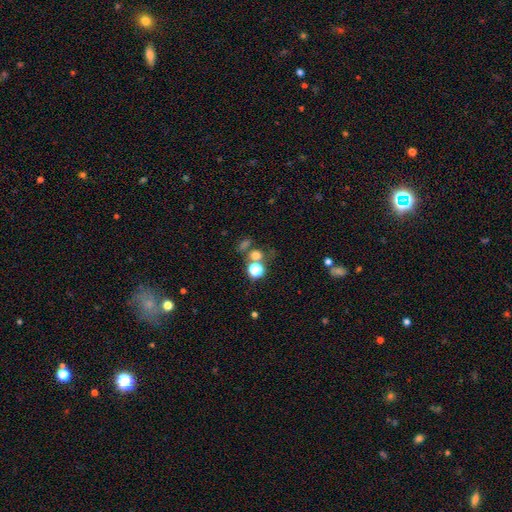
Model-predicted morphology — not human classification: smooth-or-featured: smooth: 59% | star or artifact: 31% | featured or disk: 10%
  how-rounded: round: 75% | in between: 23% | cigar-shaped: 2%
  merging: none: 54% | merger: 27% | minor disturbance: 11% | major disturbance: 8%